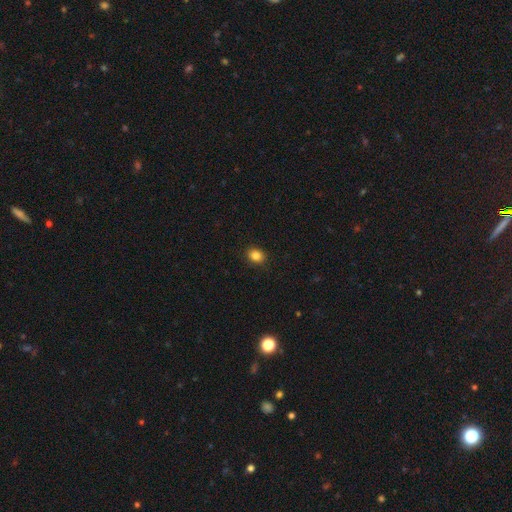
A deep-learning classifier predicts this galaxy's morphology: smooth_or_featured: smooth (p=0.85) [alt: star or artifact p=0.10]
how_rounded: round (p=0.53) [alt: in between p=0.46]
merging: none (p=0.90) [alt: minor disturbance p=0.07]